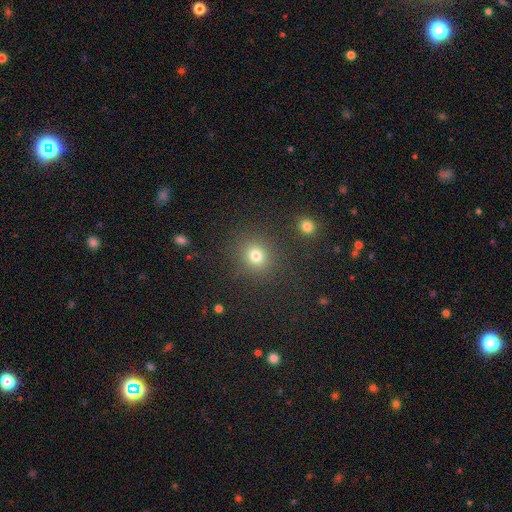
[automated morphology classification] smooth-or-featured: smooth: 77% | star or artifact: 17% | featured or disk: 6%
  how-rounded: round: 83% | in between: 16% | cigar-shaped: 1%
  merging: none: 84% | minor disturbance: 8% | major disturbance: 4% | merger: 3%